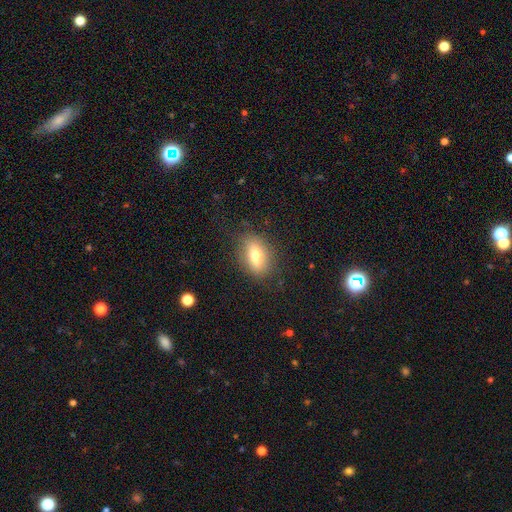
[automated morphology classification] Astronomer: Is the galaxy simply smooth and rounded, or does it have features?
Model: smooth — 64%.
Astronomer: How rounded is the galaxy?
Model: in between — 75%.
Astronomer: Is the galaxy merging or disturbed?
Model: none — 81%.